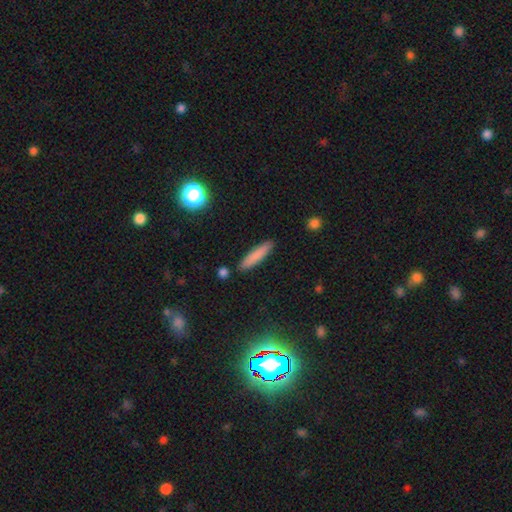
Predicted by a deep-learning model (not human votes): Morphology: type=smooth (80%); roundness=cigar-shaped (88%); merging=none (88%).